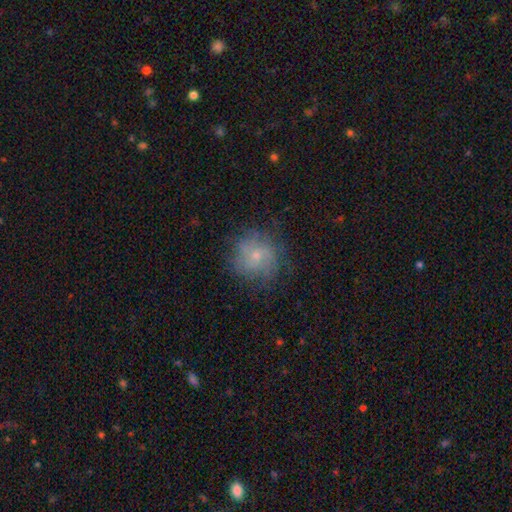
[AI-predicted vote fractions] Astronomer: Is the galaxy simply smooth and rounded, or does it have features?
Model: smooth — 49% (runner-up: featured or disk, 40%).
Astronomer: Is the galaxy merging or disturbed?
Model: none — 70%.